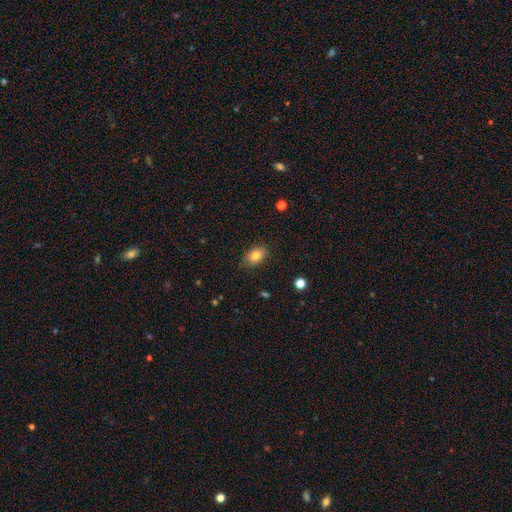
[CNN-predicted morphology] A smooth galaxy with no disk features (82%) that is in between round and cigar-shaped (82%).

Vote fractions:
- Smooth or featured? smooth: 82% / featured or disk: 9% / star or artifact: 9%
- How rounded? in between: 82% / round: 16% / cigar-shaped: 1%
- Merging? none: 82% / minor disturbance: 14% / major disturbance: 3% / merger: 1%